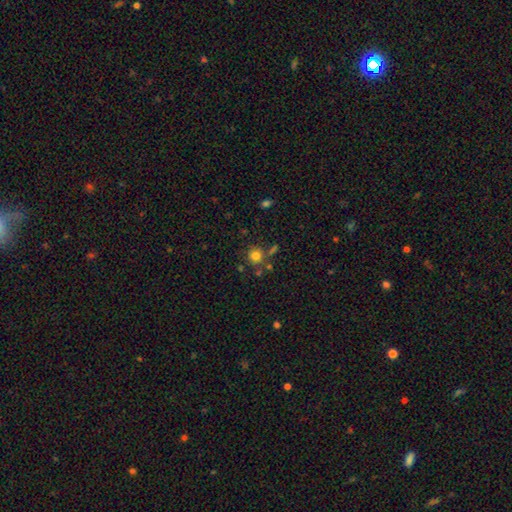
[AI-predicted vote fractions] Smooth or featured: smooth — 78% (star or artifact — 14%)
How rounded: round — 89% (in between — 10%)
Merging: none — 72% (merger — 12%)